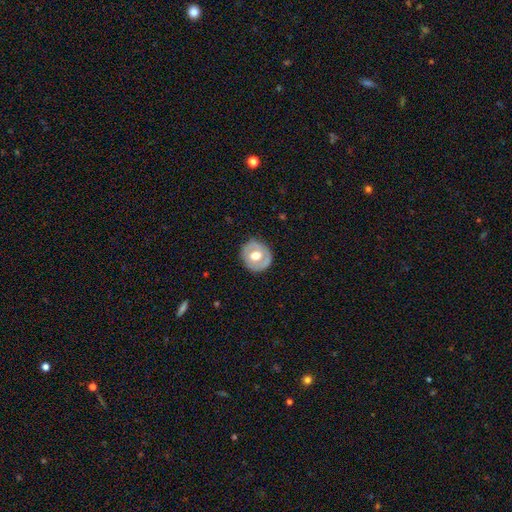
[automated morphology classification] A smooth galaxy with no disk features (49%). Merging: none (84%).